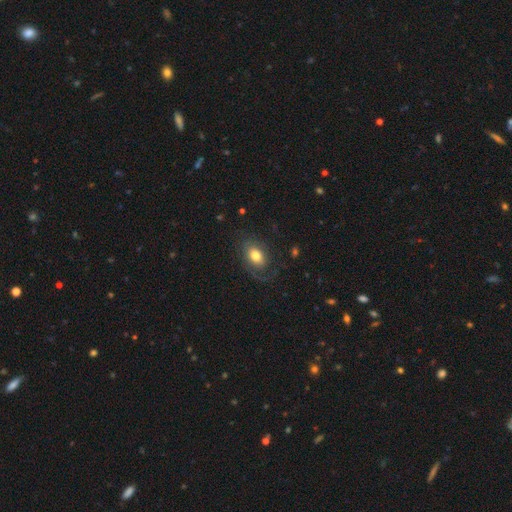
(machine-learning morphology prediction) Overall: smooth (55%; featured or disk 37%). How rounded: in between (78%). Merging: none (62%).